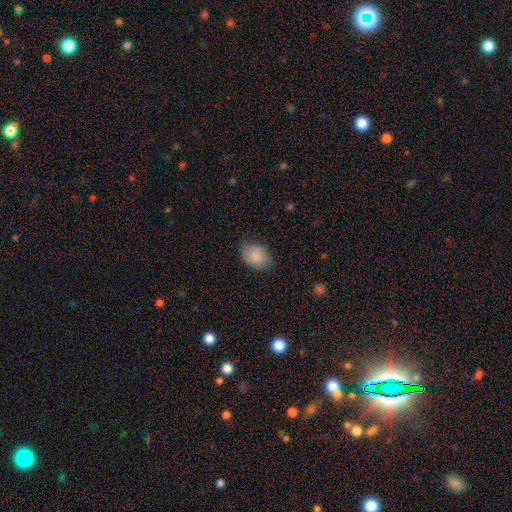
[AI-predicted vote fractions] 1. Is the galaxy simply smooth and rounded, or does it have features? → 85% smooth, 8% featured or disk, 7% star or artifact.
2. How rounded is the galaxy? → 75% in between, 24% round, 1% cigar-shaped.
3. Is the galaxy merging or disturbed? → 78% none, 18% minor disturbance, 4% major disturbance, 1% merger.